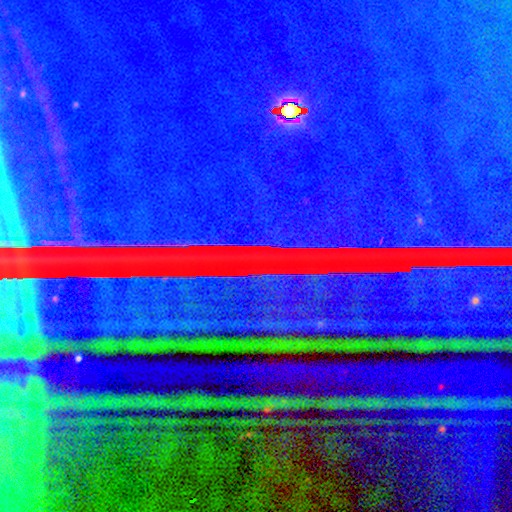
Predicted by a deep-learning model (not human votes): smooth_or_featured: star or artifact (p=0.88) [alt: featured or disk p=0.07]